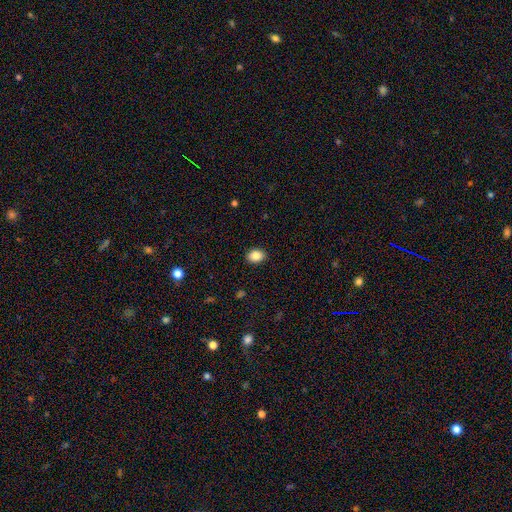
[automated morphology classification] This appears to be a smooth galaxy with no disk features (86%) that is in between round and cigar-shaped (66%). Merging: none (89%).